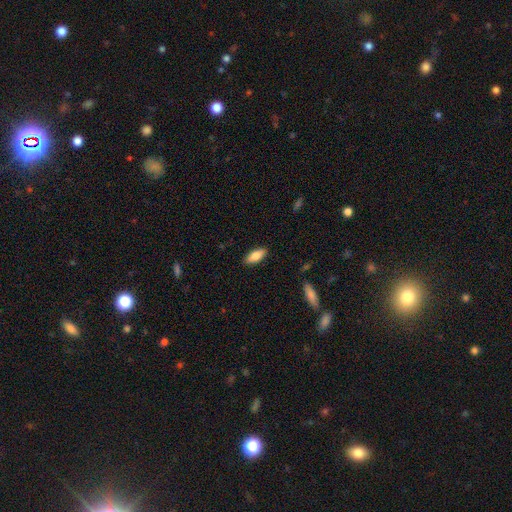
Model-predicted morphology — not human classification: A smooth galaxy with no disk features (78%) that is in between round and cigar-shaped (79%).

Vote fractions:
- Smooth or featured? smooth: 78% / featured or disk: 15% / star or artifact: 6%
- How rounded? in between: 79% / cigar-shaped: 19% / round: 2%
- Merging? none: 89% / minor disturbance: 8% / major disturbance: 2% / merger: 1%